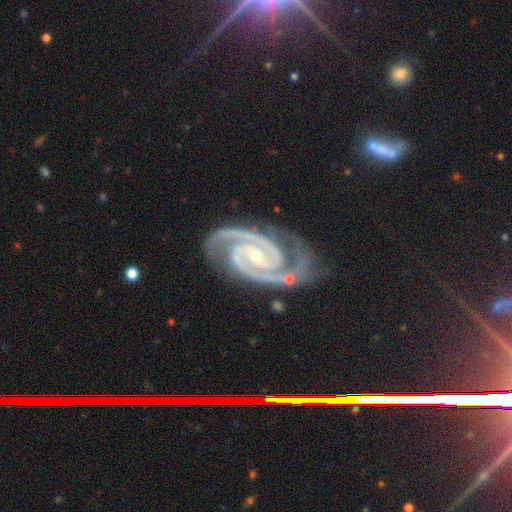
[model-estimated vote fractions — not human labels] Smooth or featured? Predicted: featured or disk (p=0.94). Edge-on disk? Predicted: no (p=0.98). Bar? Predicted: weak (p=0.35). Spiral arms? Predicted: yes (p=0.99). Spiral winding? Predicted: tight (p=0.65). Spiral arm count? Predicted: 2 (p=0.90). Bulge size? Predicted: small (p=0.72). Merging? Predicted: none (p=0.73).